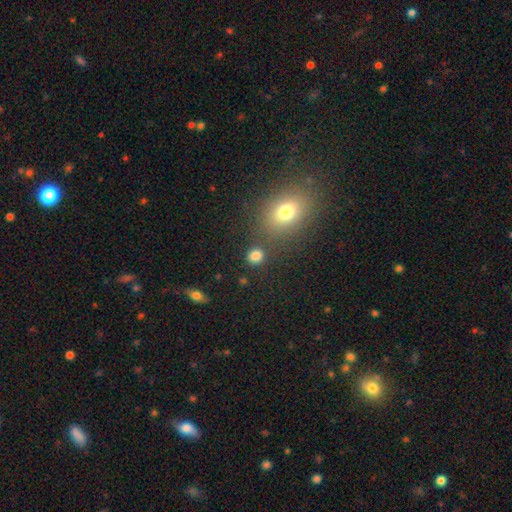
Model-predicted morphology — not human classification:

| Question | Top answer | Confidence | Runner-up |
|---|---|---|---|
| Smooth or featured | smooth | 82% | star or artifact (13%) |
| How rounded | round | 81% | in between (17%) |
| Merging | none | 81% | minor disturbance (8%) |